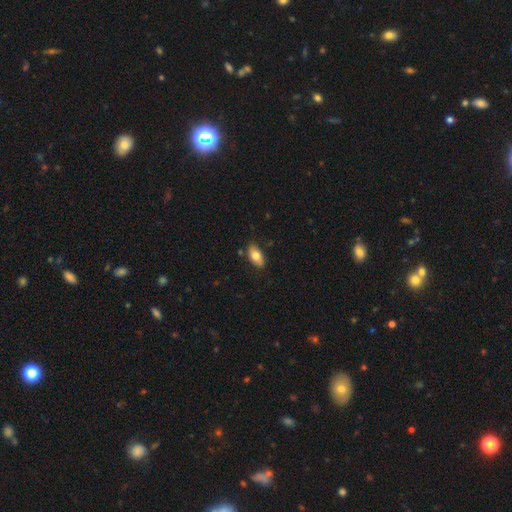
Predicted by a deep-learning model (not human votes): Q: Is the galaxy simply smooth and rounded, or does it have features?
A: smooth — 75%.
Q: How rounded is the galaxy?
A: in between — 90%.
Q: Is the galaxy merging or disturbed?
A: none — 82%.